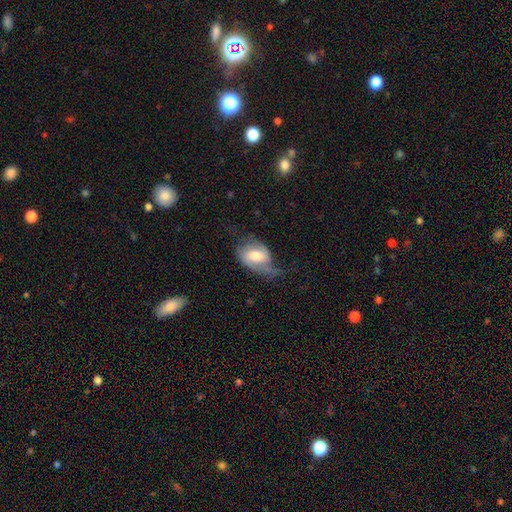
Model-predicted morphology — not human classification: smooth-or-featured: featured or disk: 56% | smooth: 37% | star or artifact: 7%
  disk-edge-on: no: 95% | yes: 5%
    bar: no: 44% | weak: 43% | strong: 13%
    has-spiral-arms: yes: 83% | no: 17%
    bulge-size: moderate: 58% | large: 20% | small: 17% | none: 3% | dominant: 3%
  merging: none: 36% | minor disturbance: 32% | major disturbance: 30% | merger: 2%